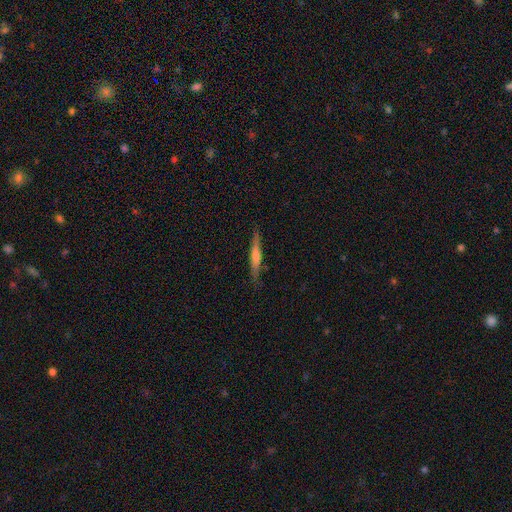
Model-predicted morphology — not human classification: smooth-or-featured: featured or disk: 49% | smooth: 45% | star or artifact: 6%
  merging: none: 86% | minor disturbance: 11% | major disturbance: 2% | merger: 1%